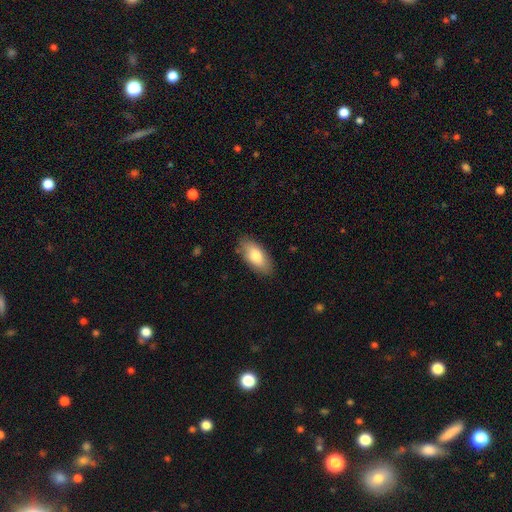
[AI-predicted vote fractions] A smooth galaxy with no disk features (78%) that is in between round and cigar-shaped (88%). Merging: none (85%).